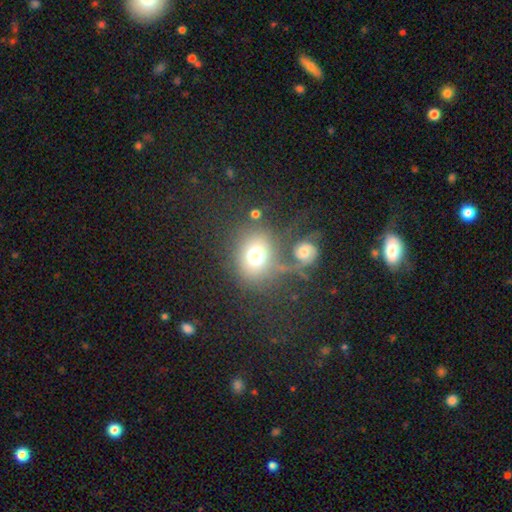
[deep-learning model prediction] smooth_or_featured: smooth (p=0.66) [alt: featured or disk p=0.23]
how_rounded: round (p=0.64) [alt: in between p=0.35]
merging: none (p=0.49) [alt: merger p=0.27]